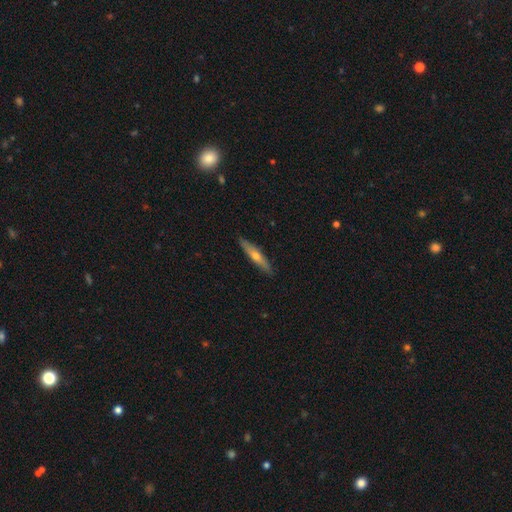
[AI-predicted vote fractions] Smooth or featured?
  - featured or disk: 48% *
  - smooth: 46%
  - star or artifact: 6%
Merging?
  - none: 89% *
  - minor disturbance: 8%
  - major disturbance: 2%
  - merger: 1%